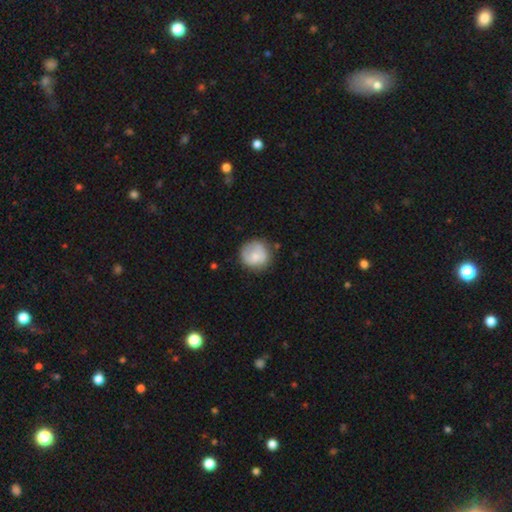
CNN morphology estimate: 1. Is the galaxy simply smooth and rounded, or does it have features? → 66% smooth, 28% featured or disk, 7% star or artifact.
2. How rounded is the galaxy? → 90% round, 9% in between, 1% cigar-shaped.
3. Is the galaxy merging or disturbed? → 69% none, 21% minor disturbance, 7% major disturbance, 3% merger.